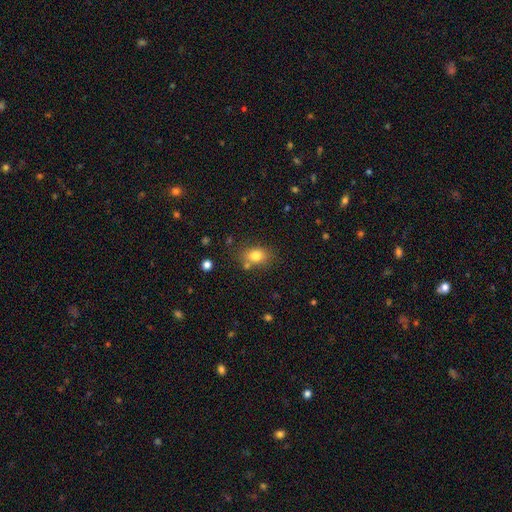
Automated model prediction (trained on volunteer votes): Q: Smooth or featured?
A: smooth (80%); runner-up: star or artifact (11%)
Q: How rounded?
A: in between (61%); runner-up: round (38%)
Q: Merging?
A: none (71%); runner-up: minor disturbance (15%)